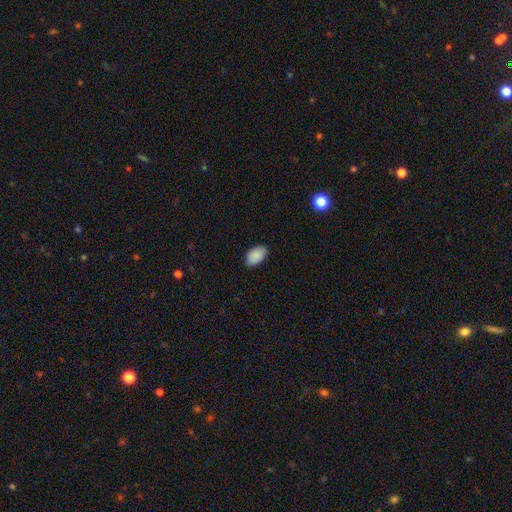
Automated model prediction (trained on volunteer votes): The model was most divided on "merging": none: 86%, minor disturbance: 11%, major disturbance: 2%, merger: 1%. More confident: how rounded — in between (92%); smooth or featured — smooth (90%).